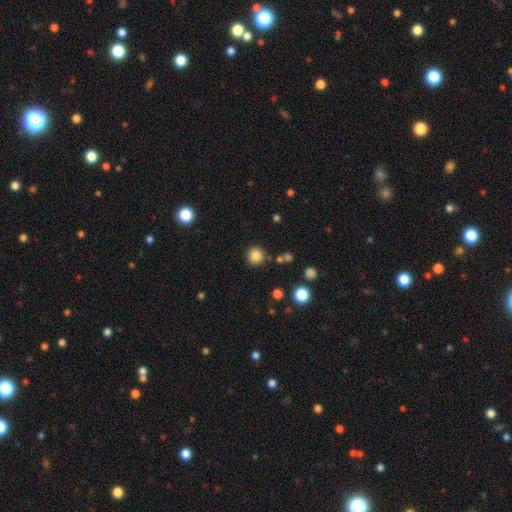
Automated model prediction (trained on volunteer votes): smooth_or_featured: smooth (p=0.83) [alt: star or artifact p=0.11]
how_rounded: round (p=0.91) [alt: in between p=0.08]
merging: none (p=0.87) [alt: minor disturbance p=0.08]